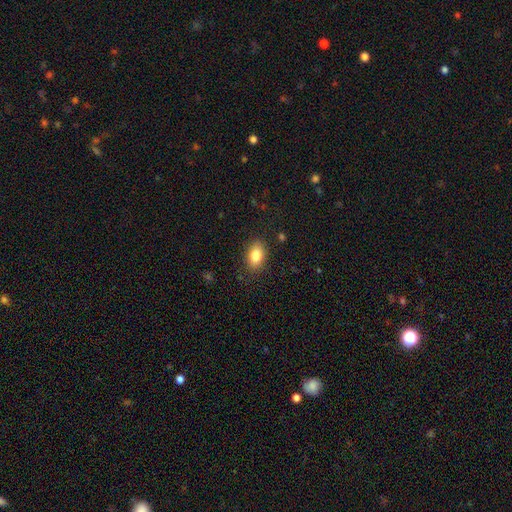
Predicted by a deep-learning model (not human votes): Q: Smooth or featured?
A: smooth (84%); runner-up: star or artifact (8%)
Q: How rounded?
A: in between (87%); runner-up: round (12%)
Q: Merging?
A: none (86%); runner-up: minor disturbance (10%)